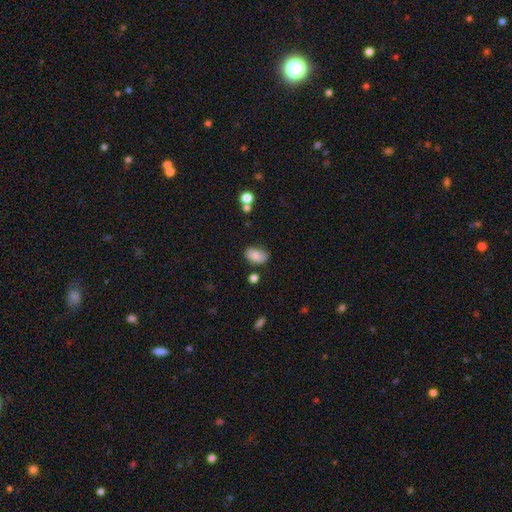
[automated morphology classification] The model was most divided on "merging": none: 65%, minor disturbance: 25%, major disturbance: 5%, merger: 4%. More confident: how rounded — in between (88%); smooth or featured — smooth (80%).